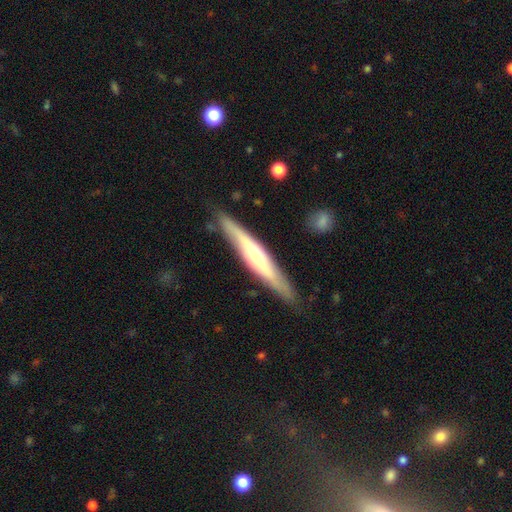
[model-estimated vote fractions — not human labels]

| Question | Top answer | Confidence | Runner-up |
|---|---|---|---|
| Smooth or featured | featured or disk | 55% | smooth (40%) |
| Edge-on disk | yes | 90% | no (10%) |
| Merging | none | 85% | minor disturbance (11%) |